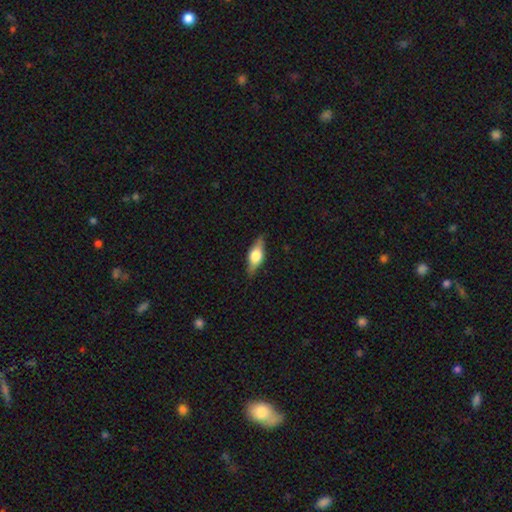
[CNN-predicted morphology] Smooth or featured? Predicted: featured or disk (p=0.54). Edge-on disk? Predicted: yes (p=0.93). Edge-on bulge? Predicted: rounded (p=0.91). Merging? Predicted: none (p=0.85).